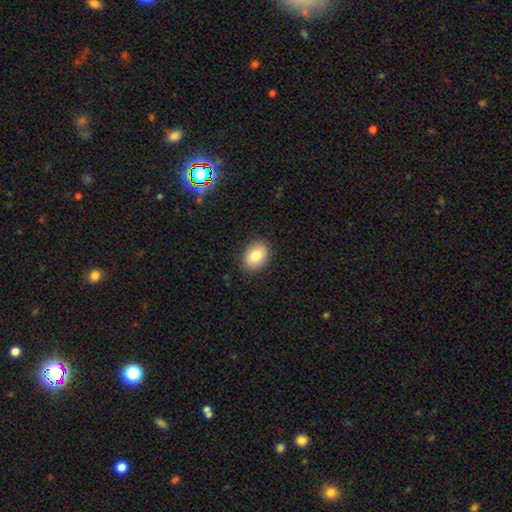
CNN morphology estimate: type=smooth (83%); roundness=in between (74%); merging=none (89%).